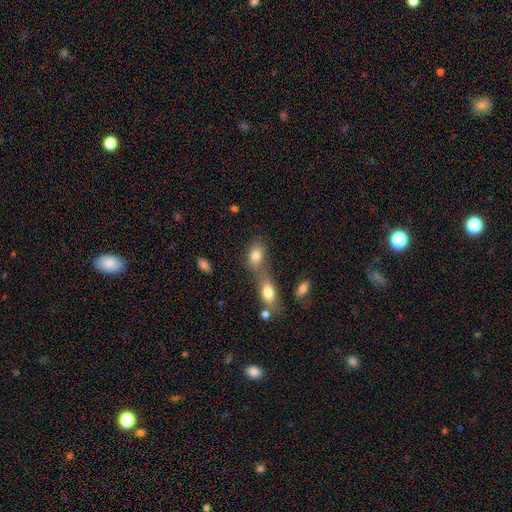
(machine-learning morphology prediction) smooth_or_featured: smooth (p=0.80) [alt: featured or disk p=0.11]
how_rounded: in between (p=0.77) [alt: round p=0.20]
merging: merger (p=0.53) [alt: none p=0.34]